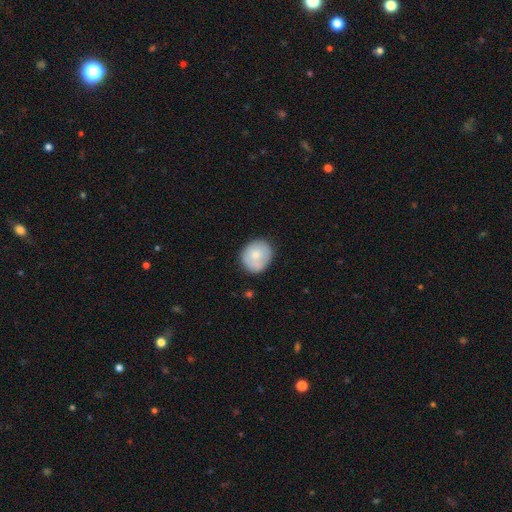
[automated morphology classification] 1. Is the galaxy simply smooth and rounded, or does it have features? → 77% smooth, 17% featured or disk, 7% star or artifact.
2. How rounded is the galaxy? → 75% round, 24% in between, 1% cigar-shaped.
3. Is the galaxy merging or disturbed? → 79% none, 16% minor disturbance, 3% major disturbance, 2% merger.